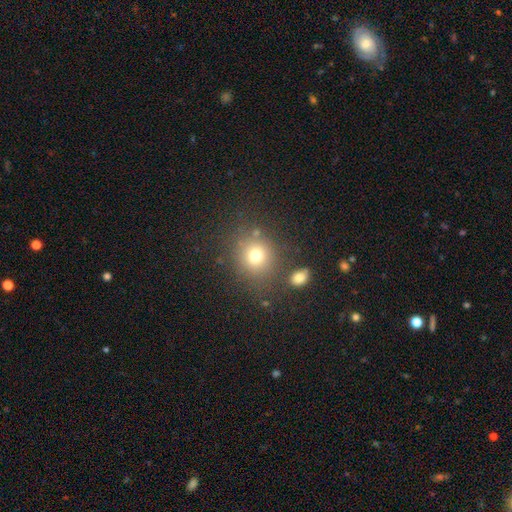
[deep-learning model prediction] Morphology: type=smooth (73%); roundness=round (82%); merging=none (78%).